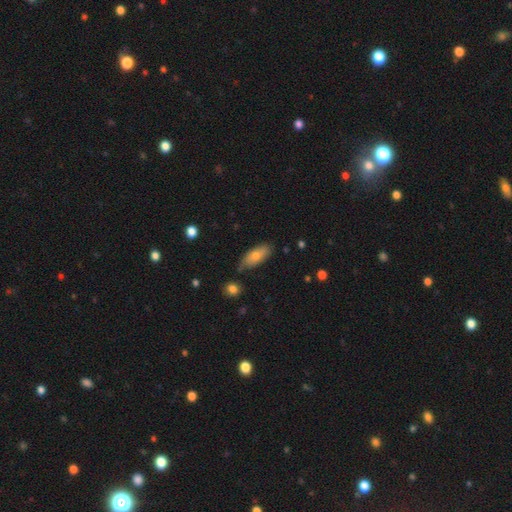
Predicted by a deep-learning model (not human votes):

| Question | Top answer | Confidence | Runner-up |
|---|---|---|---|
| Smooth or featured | smooth | 74% | featured or disk (19%) |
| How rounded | in between | 80% | cigar-shaped (18%) |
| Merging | none | 70% | minor disturbance (23%) |